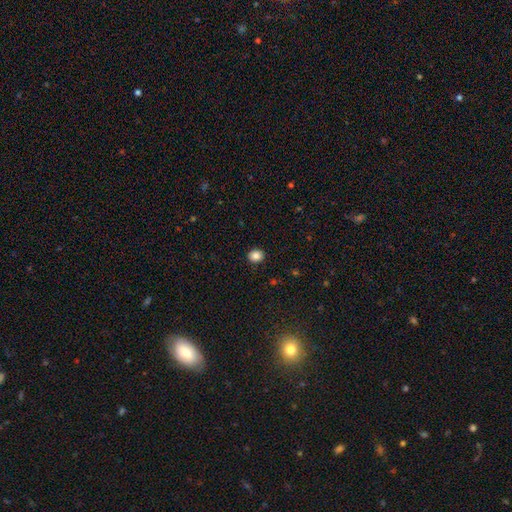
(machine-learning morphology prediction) Smooth or featured: smooth — 85% (star or artifact — 10%)
How rounded: round — 74% (in between — 25%)
Merging: none — 92% (minor disturbance — 6%)